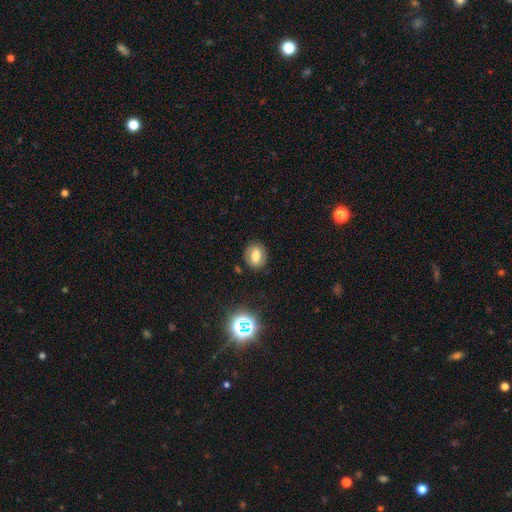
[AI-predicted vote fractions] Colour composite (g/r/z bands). It shows a smooth galaxy with no disk features (67%) that is in between round and cigar-shaped (52%). Merging: none (85%).